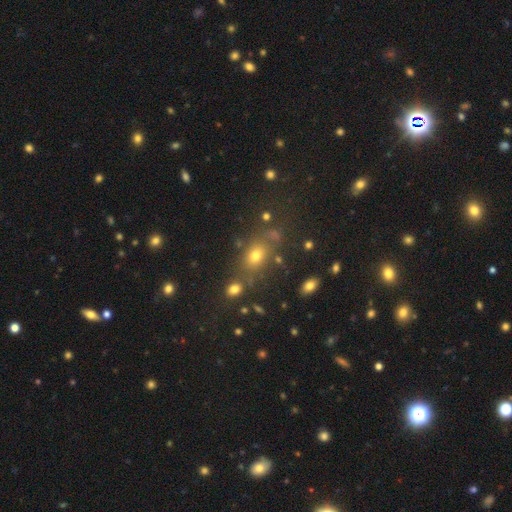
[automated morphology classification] Overall: smooth (63%). How rounded: in between (58%; round 39%). Merging: none (69%).